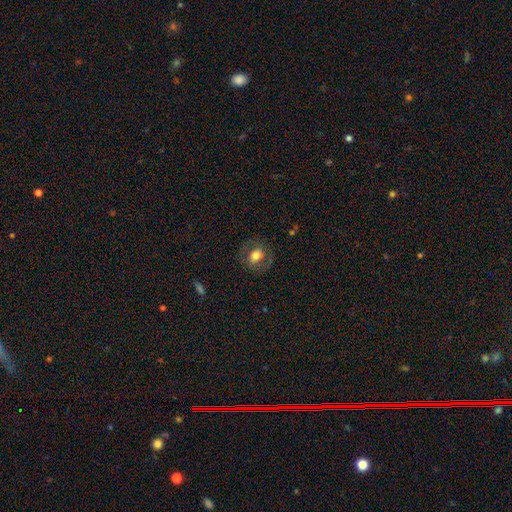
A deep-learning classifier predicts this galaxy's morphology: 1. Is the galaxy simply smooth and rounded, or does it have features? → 60% smooth, 31% featured or disk, 9% star or artifact.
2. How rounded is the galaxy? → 61% round, 37% in between, 1% cigar-shaped.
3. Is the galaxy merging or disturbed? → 78% none, 12% minor disturbance, 8% major disturbance, 1% merger.